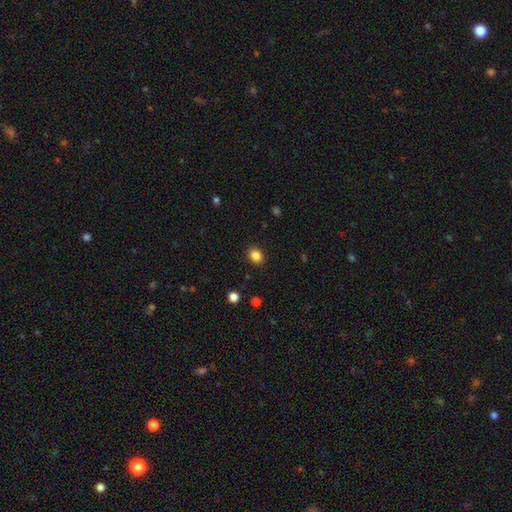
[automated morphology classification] Smooth or featured? smooth (85%)
How rounded? round (64%)
Merging? none (90%)